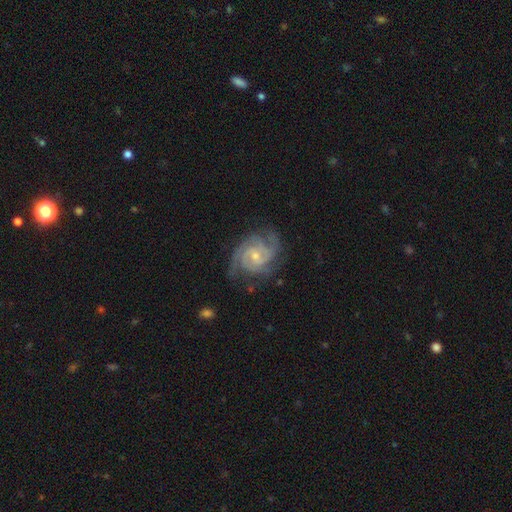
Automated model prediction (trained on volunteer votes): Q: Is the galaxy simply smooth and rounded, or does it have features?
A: featured or disk — 90%.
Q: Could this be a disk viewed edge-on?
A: no — 98%.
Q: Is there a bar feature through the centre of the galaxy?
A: no — 52%.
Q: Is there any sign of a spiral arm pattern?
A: yes — 98%.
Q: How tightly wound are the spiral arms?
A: tight — 57%.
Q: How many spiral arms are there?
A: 3 — 35%.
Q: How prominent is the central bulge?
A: small — 62%.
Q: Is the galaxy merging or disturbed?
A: none — 70%.